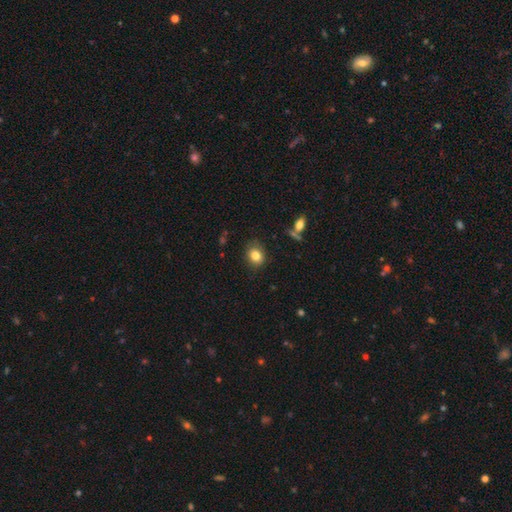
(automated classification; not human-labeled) Q: Smooth or featured?
A: smooth (82%); runner-up: star or artifact (10%)
Q: How rounded?
A: round (55%); runner-up: in between (43%)
Q: Merging?
A: none (82%); runner-up: minor disturbance (13%)